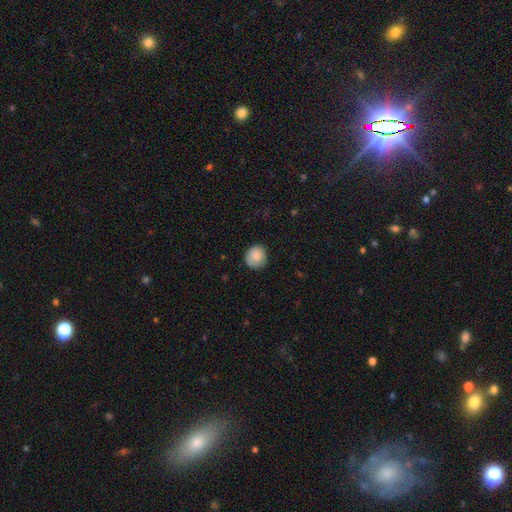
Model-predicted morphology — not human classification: smooth-or-featured: smooth: 85% | star or artifact: 8% | featured or disk: 8%
  how-rounded: round: 84% | in between: 15% | cigar-shaped: 1%
  merging: none: 81% | minor disturbance: 15% | major disturbance: 3% | merger: 1%